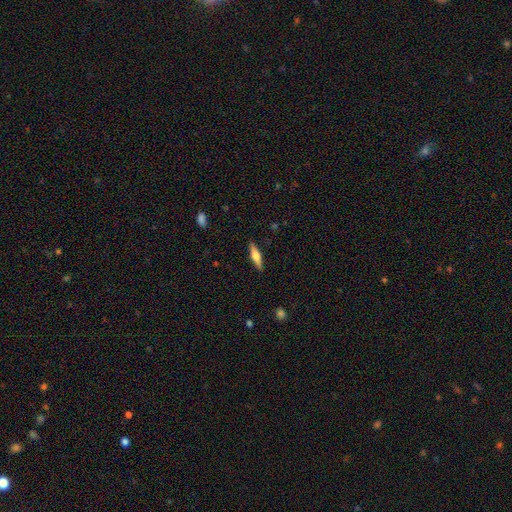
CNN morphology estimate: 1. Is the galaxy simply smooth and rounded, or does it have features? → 47% featured or disk (tied), 47% smooth (tied), 6% star or artifact.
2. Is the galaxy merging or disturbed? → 89% none, 8% minor disturbance, 2% major disturbance, 1% merger.